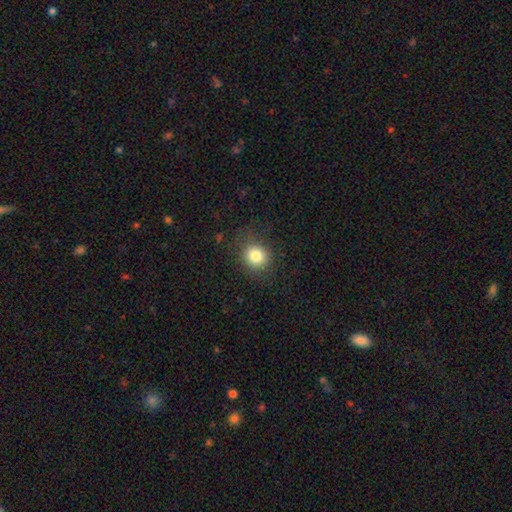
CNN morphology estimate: type=smooth (82%); roundness=round (84%); merging=none (83%).